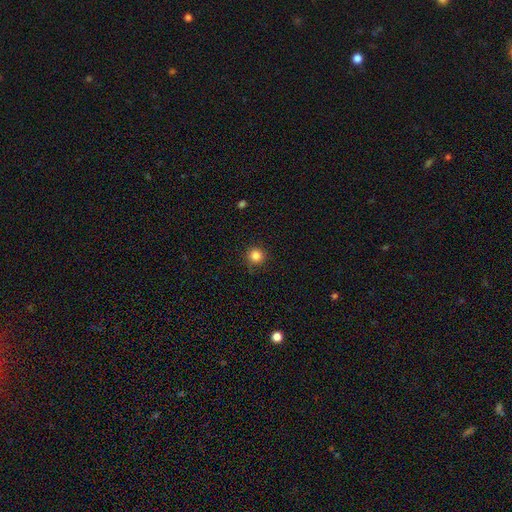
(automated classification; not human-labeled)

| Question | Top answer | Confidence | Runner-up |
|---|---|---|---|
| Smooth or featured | smooth | 85% | star or artifact (11%) |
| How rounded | round | 94% | in between (5%) |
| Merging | none | 88% | minor disturbance (9%) |